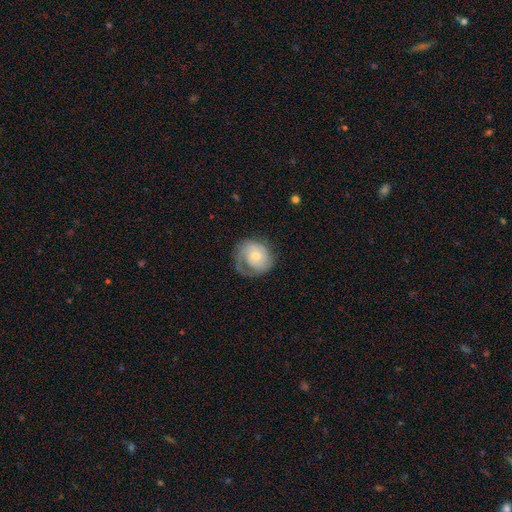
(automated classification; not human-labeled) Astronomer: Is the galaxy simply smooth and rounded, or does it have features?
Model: featured or disk — 60%.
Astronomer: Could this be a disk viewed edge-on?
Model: no — 97%.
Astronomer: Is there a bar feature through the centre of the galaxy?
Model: no — 70%.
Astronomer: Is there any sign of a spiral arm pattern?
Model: yes — 86%.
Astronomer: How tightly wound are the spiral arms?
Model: tight — 51% (runner-up: medium, 33%).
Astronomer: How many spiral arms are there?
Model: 1 — 37% (runner-up: 2, 35%).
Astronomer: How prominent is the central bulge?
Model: moderate — 50% (runner-up: small, 43%).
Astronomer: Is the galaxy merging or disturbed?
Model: none — 56%.